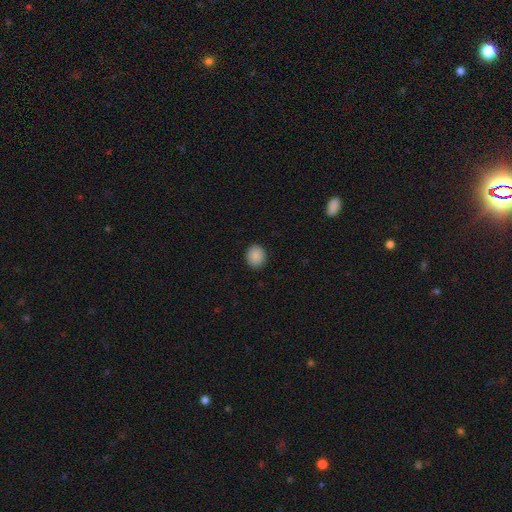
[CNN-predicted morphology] smooth_or_featured: smooth (p=0.89) [alt: star or artifact p=0.08]
how_rounded: round (p=0.77) [alt: in between p=0.22]
merging: none (p=0.91) [alt: minor disturbance p=0.07]